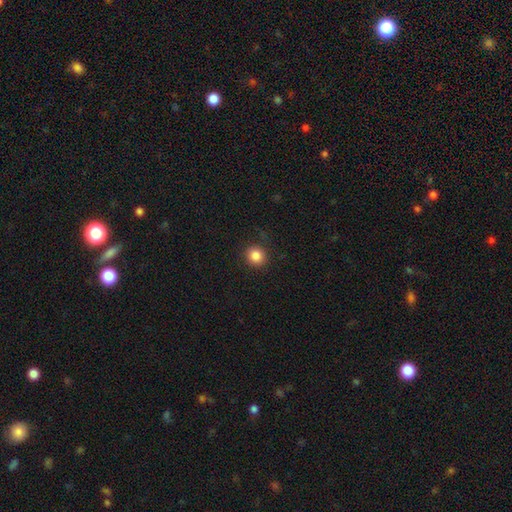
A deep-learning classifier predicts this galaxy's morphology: Smooth or featured: smooth — 85% (star or artifact — 11%)
How rounded: round — 89% (in between — 10%)
Merging: none — 88% (minor disturbance — 8%)